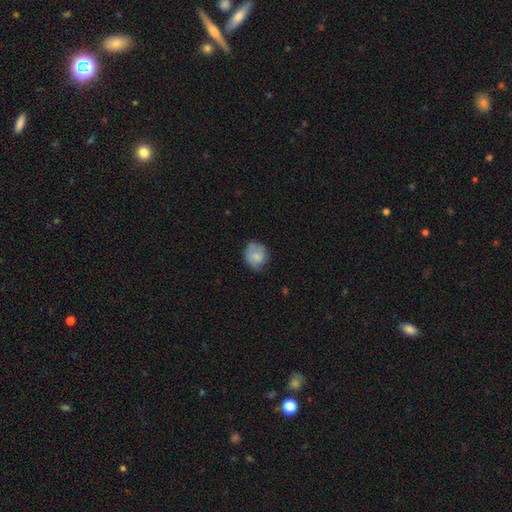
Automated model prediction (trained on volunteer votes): The model was most divided on "merging": none: 67%, minor disturbance: 26%, major disturbance: 6%, merger: 1%. More confident: smooth or featured — smooth (79%); how rounded — round (73%).